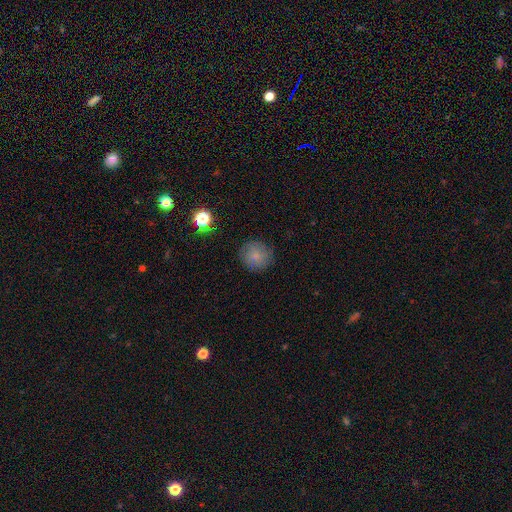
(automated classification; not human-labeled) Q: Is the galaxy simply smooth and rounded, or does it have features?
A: smooth — 77%.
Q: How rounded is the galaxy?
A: round — 90%.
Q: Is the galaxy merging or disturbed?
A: none — 84%.